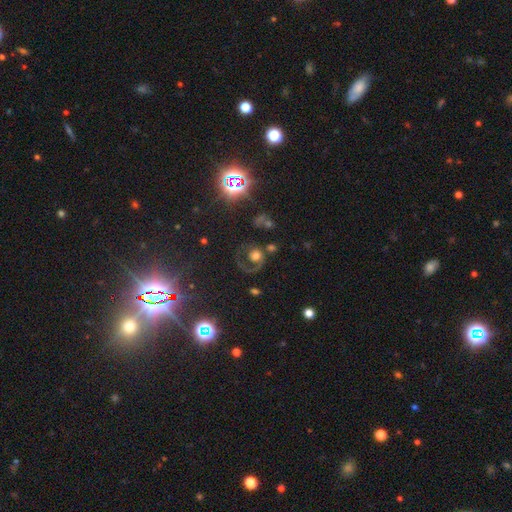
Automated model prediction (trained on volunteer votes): Q: Smooth or featured?
A: featured or disk (45%); runner-up: smooth (37%)
Q: Merging?
A: none (43%); runner-up: major disturbance (34%)